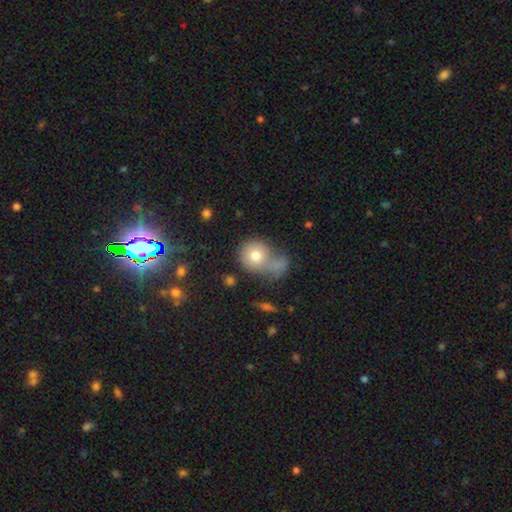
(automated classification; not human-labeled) Overall: smooth (77%). How rounded: round (77%). Merging: merger (36%; none 32%).